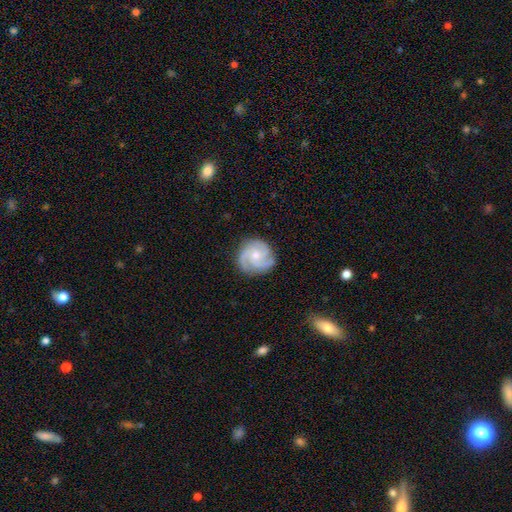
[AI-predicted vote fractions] Smooth or featured? Predicted: featured or disk (p=0.86). Edge-on disk? Predicted: no (p=0.98). Bar? Predicted: no (p=0.73). Spiral arms? Predicted: yes (p=0.98). Spiral winding? Predicted: tight (p=0.57). Spiral arm count? Predicted: 3 (p=0.70). Bulge size? Predicted: small (p=0.51). Merging? Predicted: none (p=0.81).